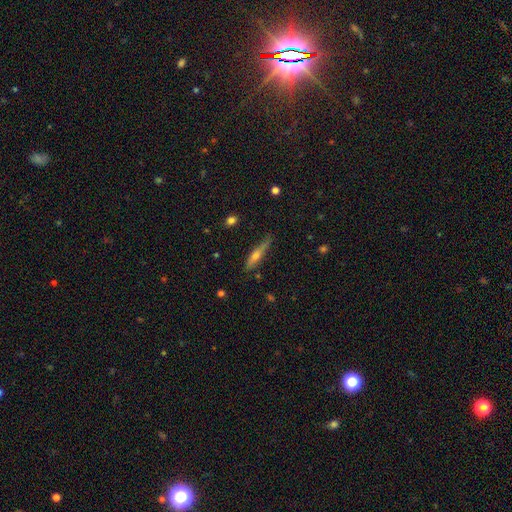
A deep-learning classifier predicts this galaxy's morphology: Q: Smooth or featured?
A: featured or disk (50%); runner-up: smooth (42%)
Q: Edge-on disk?
A: yes (92%); runner-up: no (8%)
Q: Merging?
A: none (72%); runner-up: minor disturbance (21%)